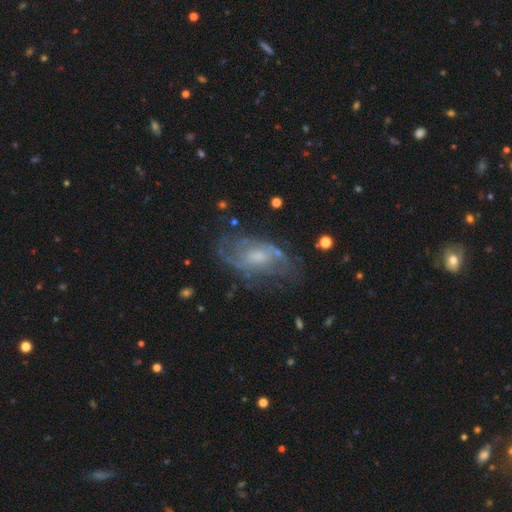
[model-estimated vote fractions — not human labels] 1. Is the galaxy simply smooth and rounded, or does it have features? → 71% featured or disk, 20% smooth, 9% star or artifact.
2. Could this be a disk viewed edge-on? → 94% no, 6% yes.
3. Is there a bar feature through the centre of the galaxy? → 55% no, 39% weak, 6% strong.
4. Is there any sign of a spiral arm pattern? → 79% yes, 21% no.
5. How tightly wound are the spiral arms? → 43% medium, 30% tight, 27% loose.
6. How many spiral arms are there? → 43% 2, 38% can't tell, 8% 3, 5% 1, 3% 4, 3% more than 4.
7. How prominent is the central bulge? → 43% small, 40% moderate, 11% none, 4% large, 1% dominant.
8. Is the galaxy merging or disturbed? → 63% none, 21% minor disturbance, 14% major disturbance, 2% merger.